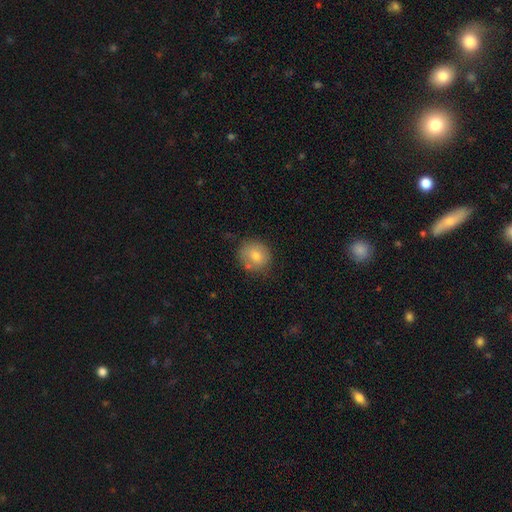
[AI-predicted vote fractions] Smooth or featured?
  - smooth: 72% *
  - featured or disk: 16%
  - star or artifact: 11%
How rounded?
  - round: 85% *
  - in between: 14%
  - cigar-shaped: 1%
Merging?
  - none: 73% *
  - minor disturbance: 17%
  - merger: 5%
  - major disturbance: 4%